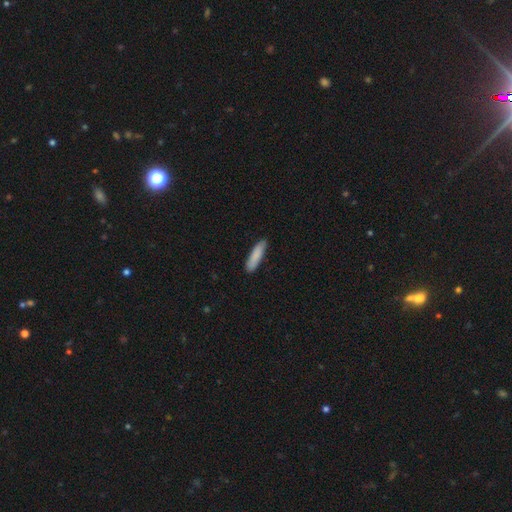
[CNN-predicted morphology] type=smooth (86%); roundness=cigar-shaped (72%); merging=none (86%).